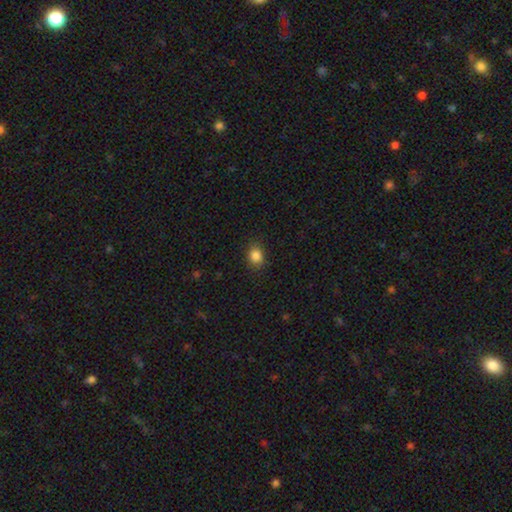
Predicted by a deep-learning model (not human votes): A smooth galaxy with no disk features (85%) that is round (59%).

Vote fractions:
- Smooth or featured? smooth: 85% / star or artifact: 11% / featured or disk: 4%
- How rounded? round: 59% / in between: 40% / cigar-shaped: 1%
- Merging? none: 86% / minor disturbance: 11% / major disturbance: 3% / merger: 1%